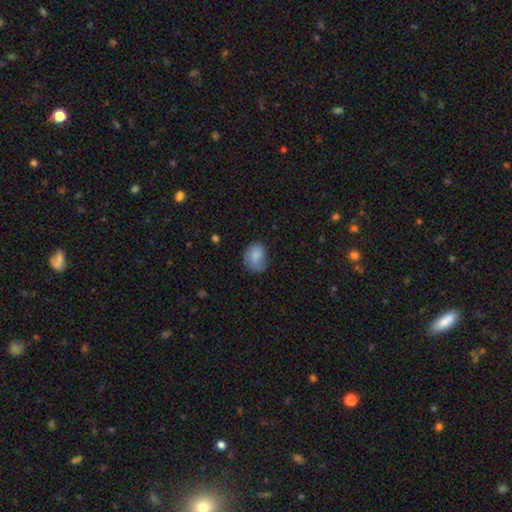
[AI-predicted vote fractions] smooth-or-featured: smooth: 80% | featured or disk: 12% | star or artifact: 8%
  how-rounded: round: 53% | in between: 46% | cigar-shaped: 1%
  merging: none: 56% | minor disturbance: 30% | major disturbance: 12% | merger: 2%